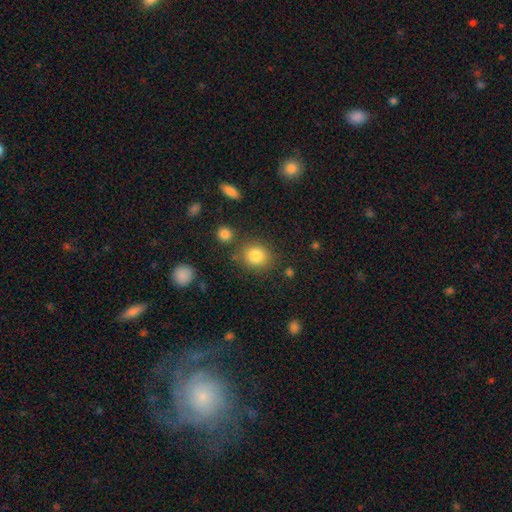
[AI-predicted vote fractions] Smooth or featured?
  - smooth: 83% *
  - star or artifact: 11%
  - featured or disk: 6%
How rounded?
  - round: 75% *
  - in between: 24%
  - cigar-shaped: 1%
Merging?
  - none: 78% *
  - minor disturbance: 12%
  - merger: 6%
  - major disturbance: 4%